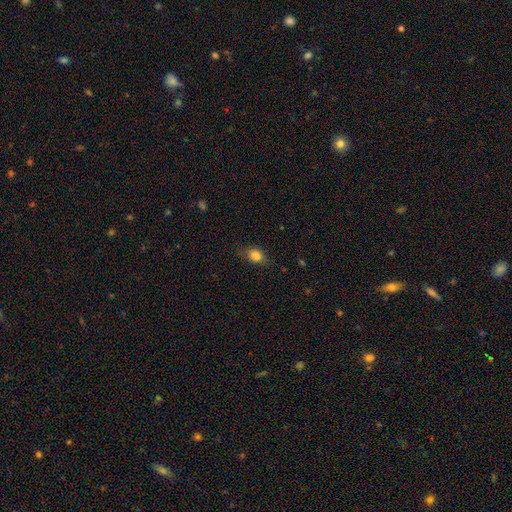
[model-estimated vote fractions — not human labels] A smooth galaxy with no disk features (83%) that is in between round and cigar-shaped (58%).

Vote fractions:
- Smooth or featured? smooth: 83% / star or artifact: 10% / featured or disk: 7%
- How rounded? in between: 58% / round: 40% / cigar-shaped: 2%
- Merging? none: 75% / minor disturbance: 20% / major disturbance: 5% / merger: 1%